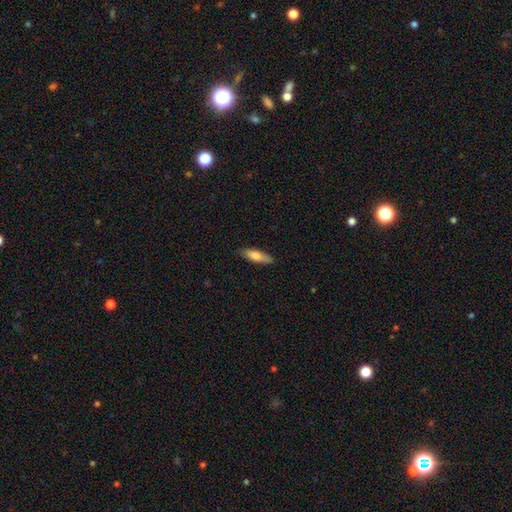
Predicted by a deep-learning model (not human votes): The model was most divided on "how rounded": cigar-shaped: 56%, in between: 42%, round: 2%. More confident: merging — none (83%); smooth or featured — smooth (78%).